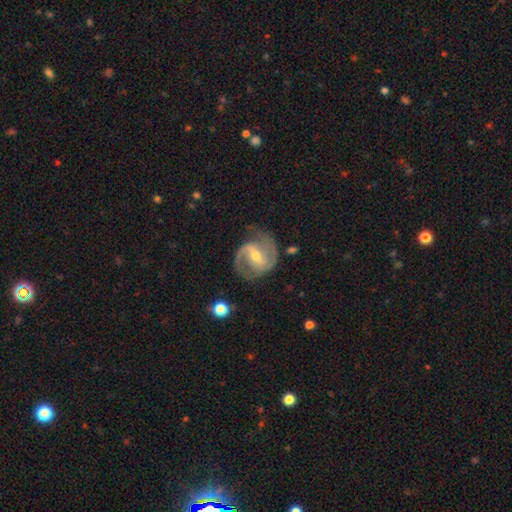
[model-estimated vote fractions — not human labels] The model was most divided on "bar": weak: 46%, strong: 39%, no: 15%. More confident: edge-on disk — no (98%); spiral arms — yes (97%); smooth or featured — featured or disk (90%); spiral arm count — 2 (89%); merging — none (74%); bulge size — moderate (56%); spiral winding — medium (56%).